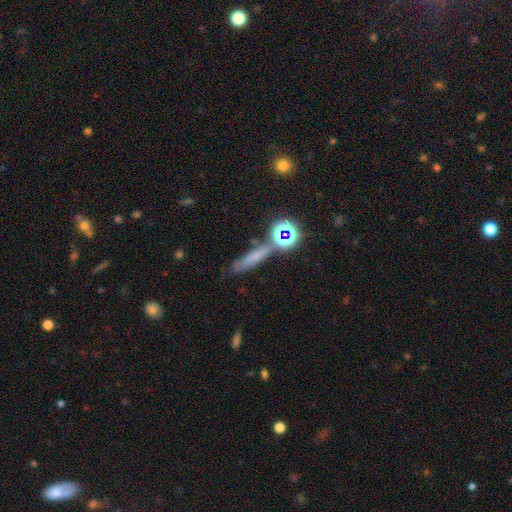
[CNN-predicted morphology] Smooth or featured? smooth (56%)
How rounded? cigar-shaped (75%)
Merging? none (70%)